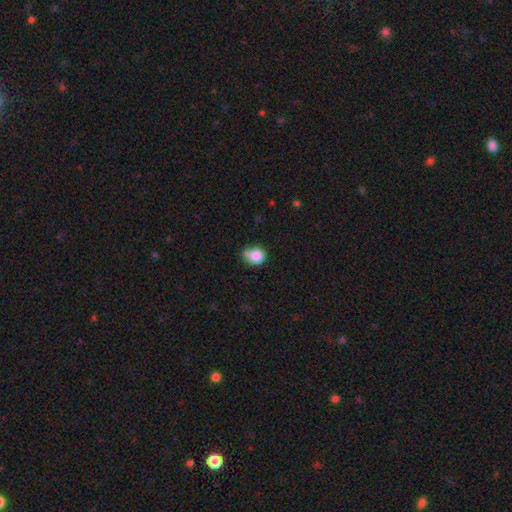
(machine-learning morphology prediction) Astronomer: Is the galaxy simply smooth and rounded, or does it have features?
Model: smooth — 84%.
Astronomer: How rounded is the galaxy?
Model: round — 67%.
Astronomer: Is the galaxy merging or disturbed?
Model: none — 42% (runner-up: minor disturbance, 37%).